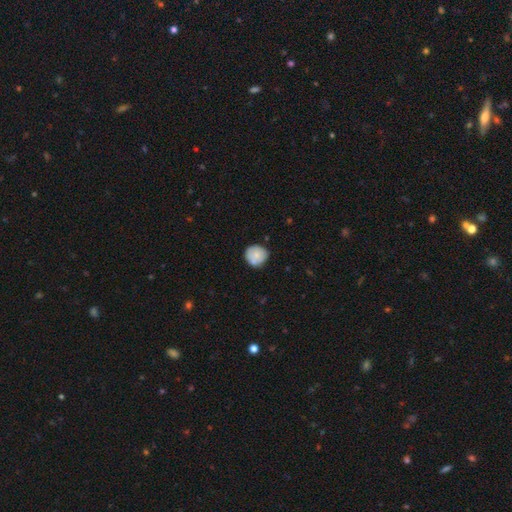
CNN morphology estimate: The model was most divided on "smooth or featured": smooth: 69%, featured or disk: 24%, star or artifact: 7%. More confident: how rounded — round (87%); merging — none (70%).